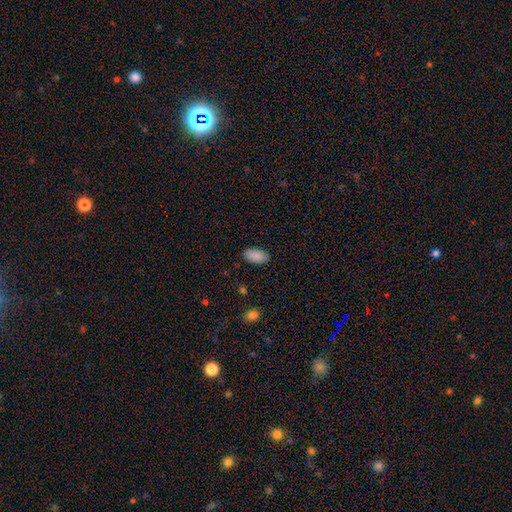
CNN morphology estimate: This is clearly a smooth galaxy (89%). How rounded: clearly in between (95%). Merging: clearly none (88%).